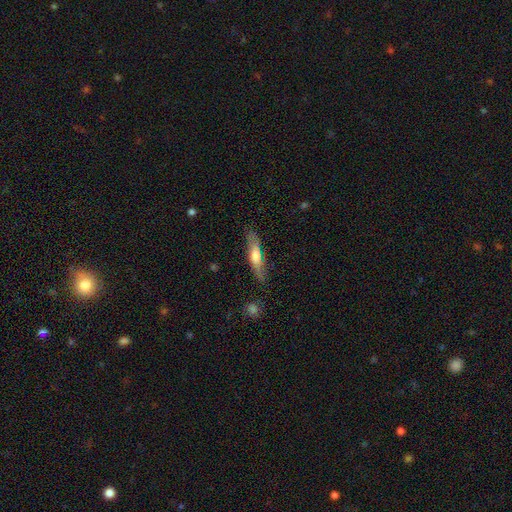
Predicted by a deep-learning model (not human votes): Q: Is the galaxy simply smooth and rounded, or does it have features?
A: smooth — 54%.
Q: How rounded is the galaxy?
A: cigar-shaped — 72%.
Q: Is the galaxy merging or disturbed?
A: none — 80%.